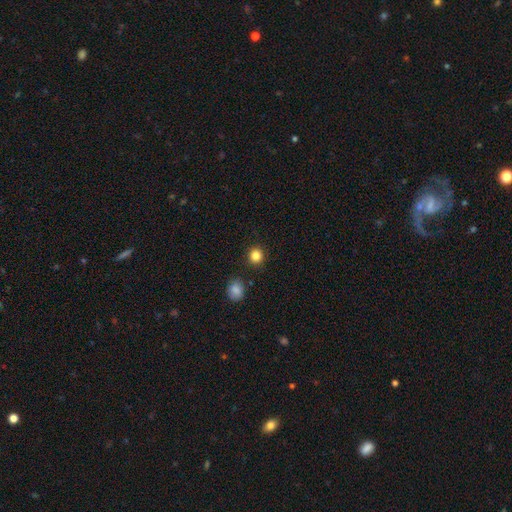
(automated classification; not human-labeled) Smooth or featured? Predicted: smooth (p=0.84). How rounded? Predicted: round (p=0.91). Merging? Predicted: none (p=0.90).